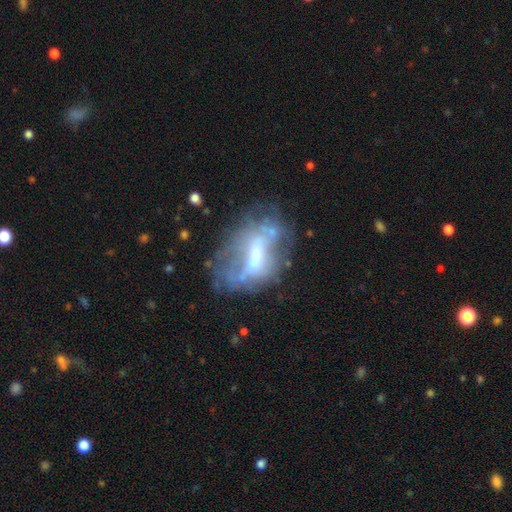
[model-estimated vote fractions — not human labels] Smooth or featured? Predicted: featured or disk (p=0.61). Edge-on disk? Predicted: no (p=0.92). Bar? Predicted: strong (p=0.36). Spiral arms? Predicted: no (p=0.77). Bulge size? Predicted: moderate (p=0.37). Merging? Predicted: none (p=0.42).